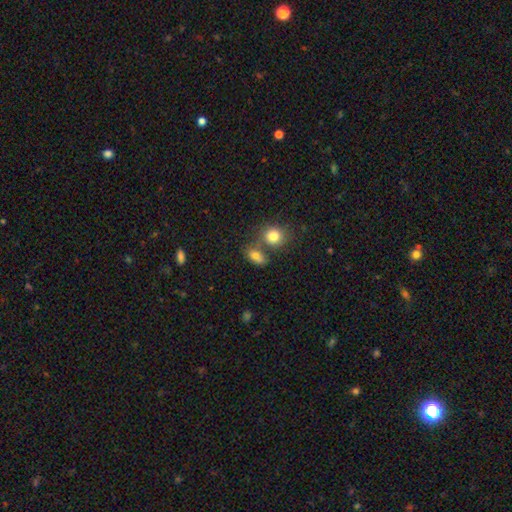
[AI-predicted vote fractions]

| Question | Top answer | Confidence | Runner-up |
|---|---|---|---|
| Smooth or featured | smooth | 78% | star or artifact (11%) |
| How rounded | in between | 75% | round (20%) |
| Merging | none | 53% | merger (29%) |